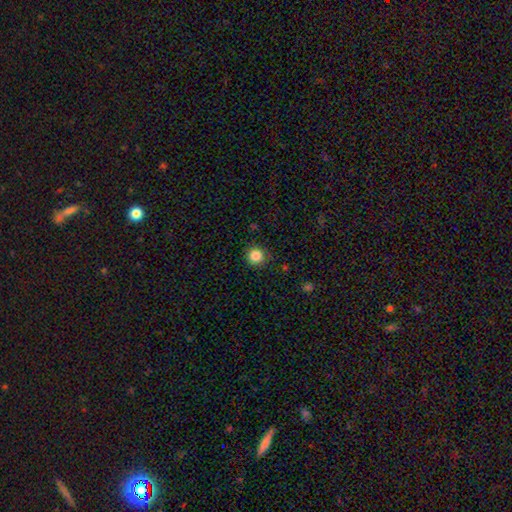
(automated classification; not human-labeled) Smooth or featured?
  - smooth: 85% *
  - star or artifact: 11%
  - featured or disk: 4%
How rounded?
  - round: 94% *
  - in between: 5%
  - cigar-shaped: 1%
Merging?
  - none: 87% *
  - minor disturbance: 9%
  - major disturbance: 3%
  - merger: 1%